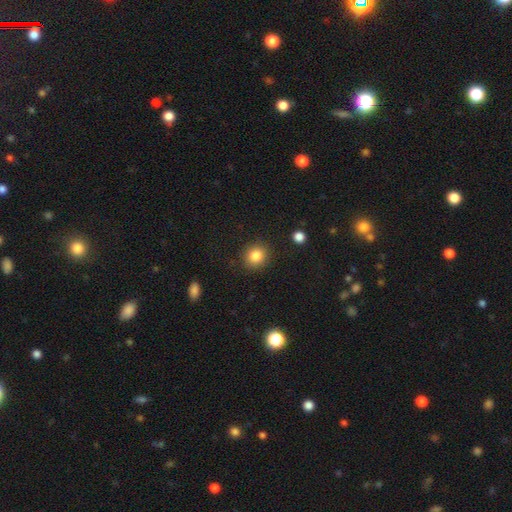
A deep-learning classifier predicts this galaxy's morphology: smooth-or-featured: smooth: 84% | star or artifact: 11% | featured or disk: 6%
  how-rounded: round: 84% | in between: 15% | cigar-shaped: 1%
  merging: none: 89% | minor disturbance: 7% | major disturbance: 2% | merger: 1%